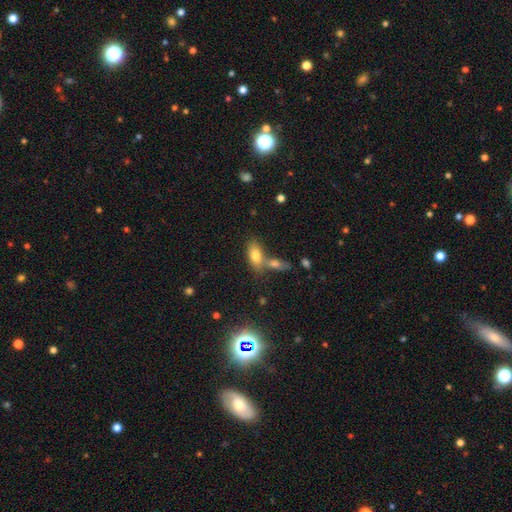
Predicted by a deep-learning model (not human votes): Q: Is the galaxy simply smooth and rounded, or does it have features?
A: smooth — 77%.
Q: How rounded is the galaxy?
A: in between — 86%.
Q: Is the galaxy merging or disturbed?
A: none — 43%.